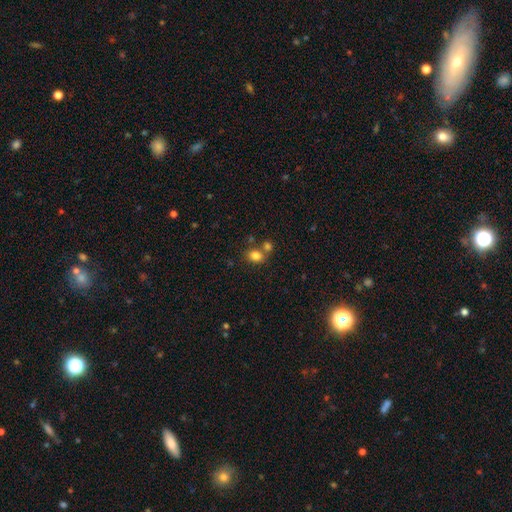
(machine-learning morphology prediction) smooth-or-featured: smooth: 81% | star or artifact: 12% | featured or disk: 7%
  how-rounded: in between: 54% | round: 45% | cigar-shaped: 1%
  merging: none: 57% | merger: 29% | minor disturbance: 10% | major disturbance: 4%